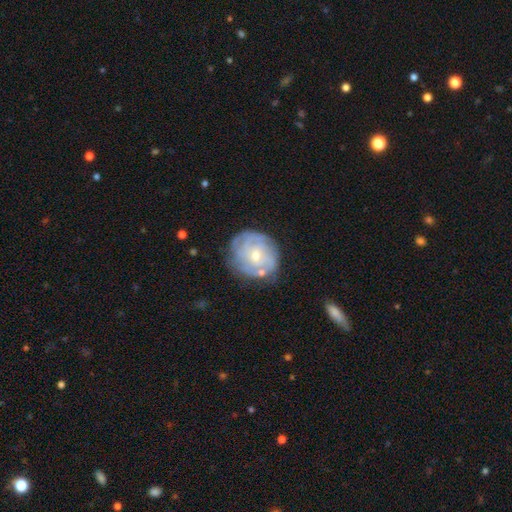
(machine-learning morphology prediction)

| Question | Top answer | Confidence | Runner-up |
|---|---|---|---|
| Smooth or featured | featured or disk | 74% | smooth (19%) |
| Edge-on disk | no | 97% | yes (3%) |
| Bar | no | 69% | weak (27%) |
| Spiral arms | yes | 86% | no (14%) |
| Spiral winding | tight | 69% | medium (24%) |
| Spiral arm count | can't tell | 48% | 3 (15%) |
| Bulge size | small | 57% | moderate (40%) |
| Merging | none | 70% | minor disturbance (19%) |